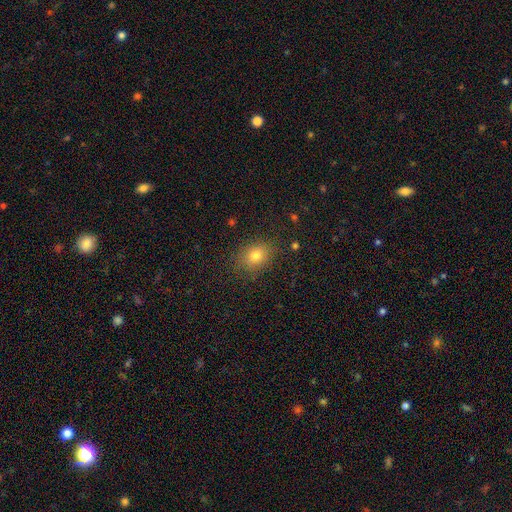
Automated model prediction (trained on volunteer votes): The model was most divided on "how rounded": in between: 62%, round: 37%, cigar-shaped: 1%. More confident: merging — none (84%); smooth or featured — smooth (77%).